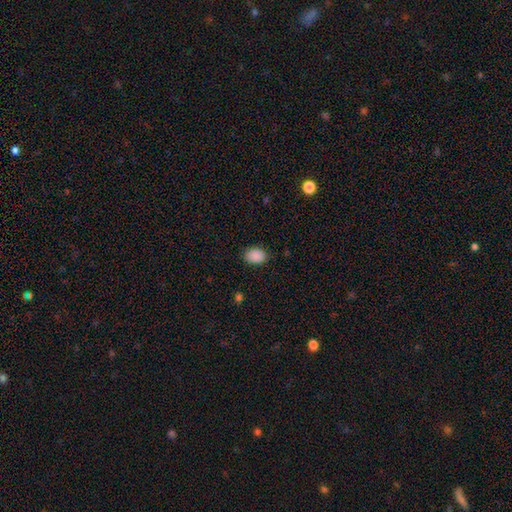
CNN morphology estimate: The model was most divided on "how rounded": in between: 75%, round: 24%, cigar-shaped: 1%. More confident: smooth or featured — smooth (90%); merging — none (86%).